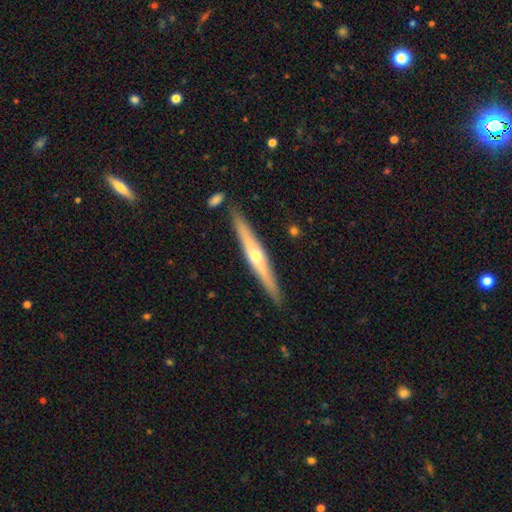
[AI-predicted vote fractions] The model was most divided on "smooth or featured": featured or disk: 70%, smooth: 25%, star or artifact: 5%. More confident: edge-on disk — yes (96%); merging — none (88%); edge-on bulge — rounded (87%).